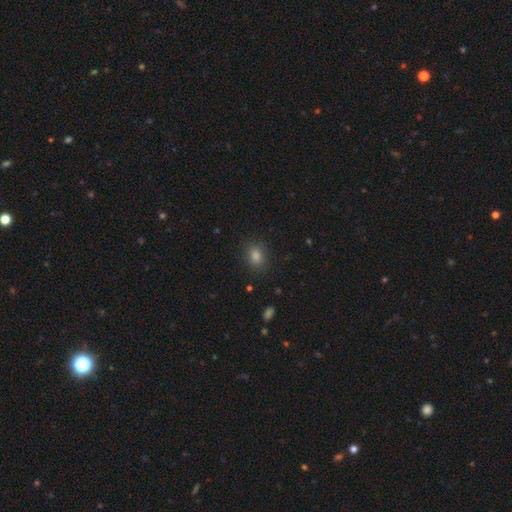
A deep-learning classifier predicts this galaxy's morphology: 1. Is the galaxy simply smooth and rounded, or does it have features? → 80% smooth, 14% star or artifact, 5% featured or disk.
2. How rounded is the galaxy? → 57% in between, 42% round, 1% cigar-shaped.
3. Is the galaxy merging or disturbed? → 88% none, 9% minor disturbance, 3% major disturbance, 1% merger.